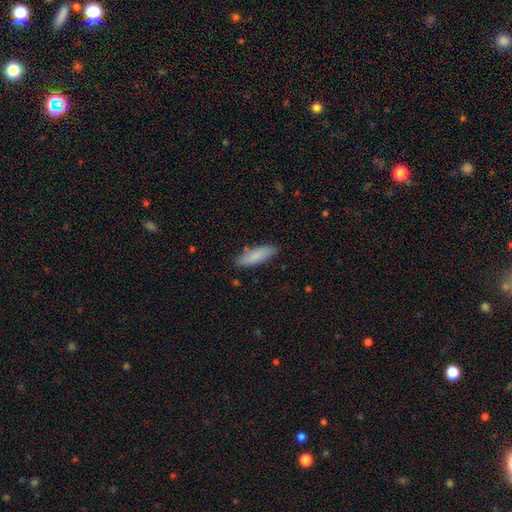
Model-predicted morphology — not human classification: Smooth or featured: smooth — 81% (featured or disk — 12%)
How rounded: cigar-shaped — 50% (in between — 49%)
Merging: none — 84% (minor disturbance — 12%)